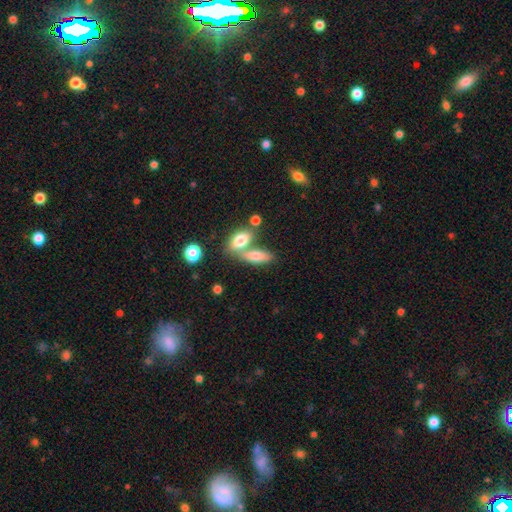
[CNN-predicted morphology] Q: Smooth or featured?
A: smooth (75%); runner-up: featured or disk (17%)
Q: How rounded?
A: in between (73%); runner-up: cigar-shaped (21%)
Q: Merging?
A: merger (49%); runner-up: none (38%)